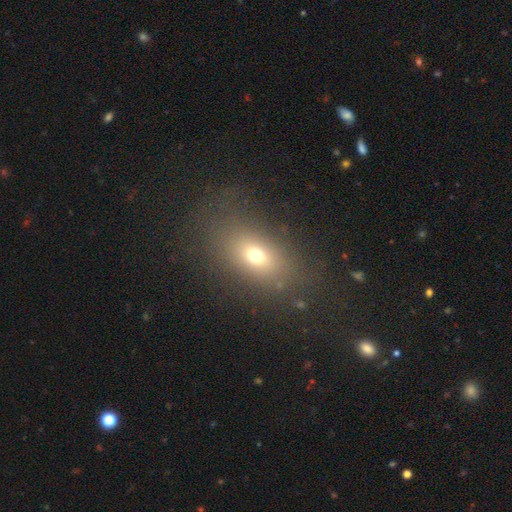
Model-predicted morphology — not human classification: smooth_or_featured: smooth (p=0.68) [alt: star or artifact p=0.16]
how_rounded: in between (p=0.74) [alt: round p=0.21]
merging: none (p=0.76) [alt: minor disturbance p=0.12]